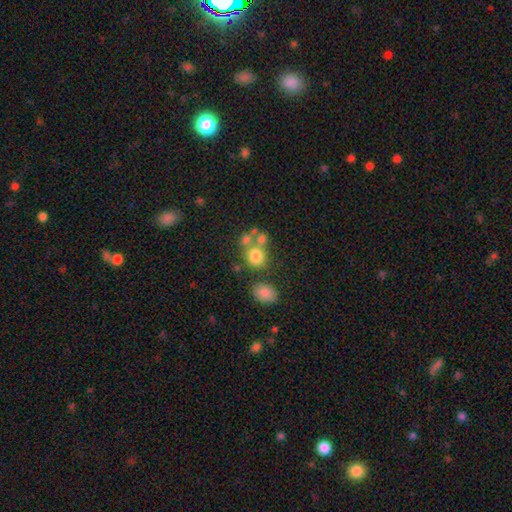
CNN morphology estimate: Smooth or featured? smooth (75%)
How rounded? round (77%)
Merging? none (52%)